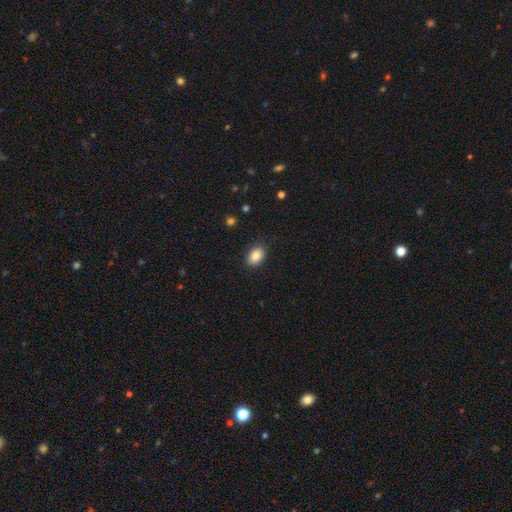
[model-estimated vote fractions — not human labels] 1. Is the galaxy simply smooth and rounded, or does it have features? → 86% smooth, 8% star or artifact, 6% featured or disk.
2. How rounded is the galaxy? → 81% in between, 18% round, 1% cigar-shaped.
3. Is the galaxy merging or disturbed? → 87% none, 9% minor disturbance, 2% major disturbance, 1% merger.